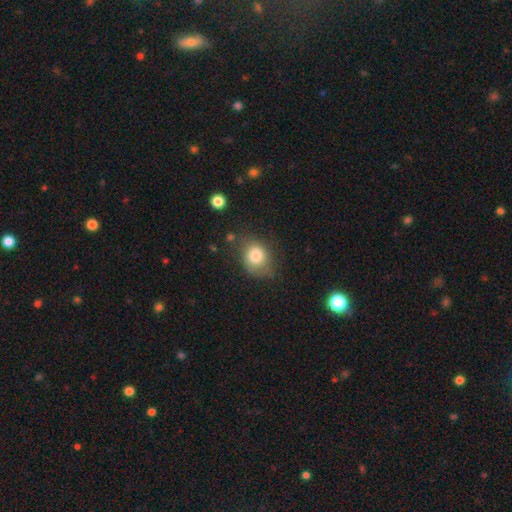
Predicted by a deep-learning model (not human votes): The model was most divided on "how rounded": round: 54%, in between: 45%, cigar-shaped: 1%. More confident: smooth or featured — smooth (80%); merging — none (59%).